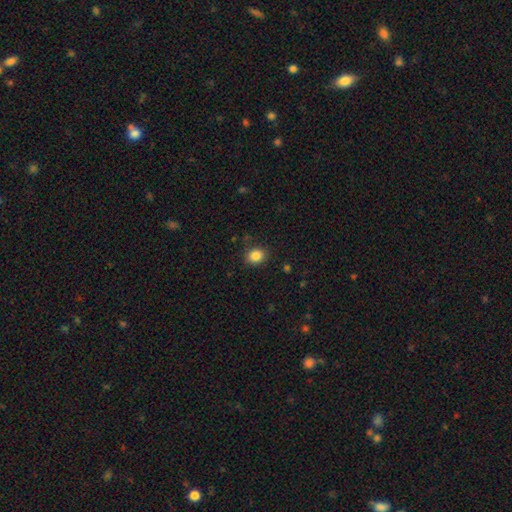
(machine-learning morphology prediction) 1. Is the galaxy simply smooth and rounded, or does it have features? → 86% smooth, 10% star or artifact, 5% featured or disk.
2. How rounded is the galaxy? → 58% round, 41% in between, 1% cigar-shaped.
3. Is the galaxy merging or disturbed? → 87% none, 9% minor disturbance, 3% major disturbance, 1% merger.